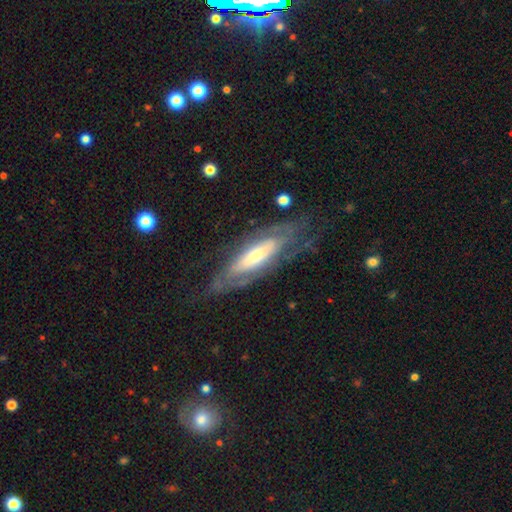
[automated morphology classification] A featured or disk galaxy (71%) with no bar (50%), spiral arms (76%) and a moderate central bulge (40%). Merging: none (66%).